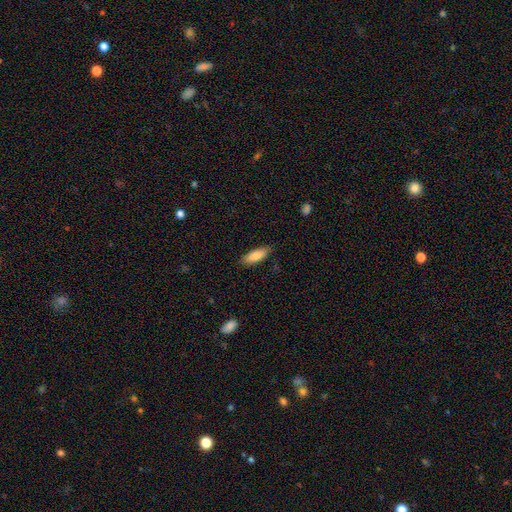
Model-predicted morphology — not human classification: Smooth or featured?
  - smooth: 84% *
  - featured or disk: 10%
  - star or artifact: 6%
How rounded?
  - in between: 62% *
  - cigar-shaped: 36%
  - round: 2%
Merging?
  - none: 84% *
  - minor disturbance: 13%
  - major disturbance: 3%
  - merger: 1%